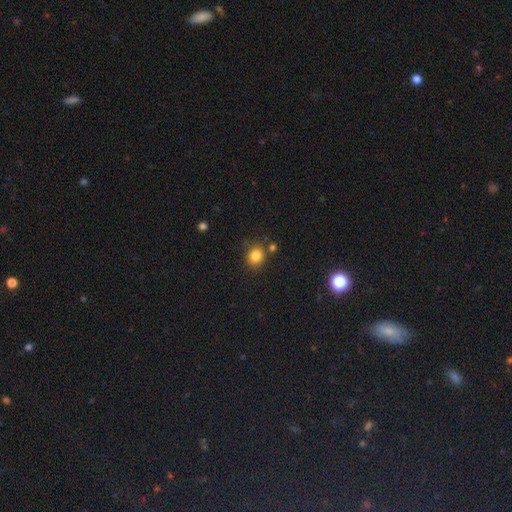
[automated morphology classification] Smooth or featured? smooth (83%)
How rounded? round (73%)
Merging? none (76%)